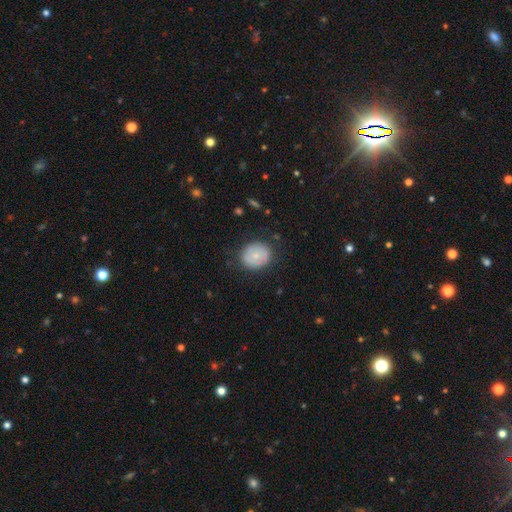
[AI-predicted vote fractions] The model was most divided on "smooth or featured": smooth: 64%, featured or disk: 29%, star or artifact: 7%. More confident: merging — none (78%); how rounded — round (77%).